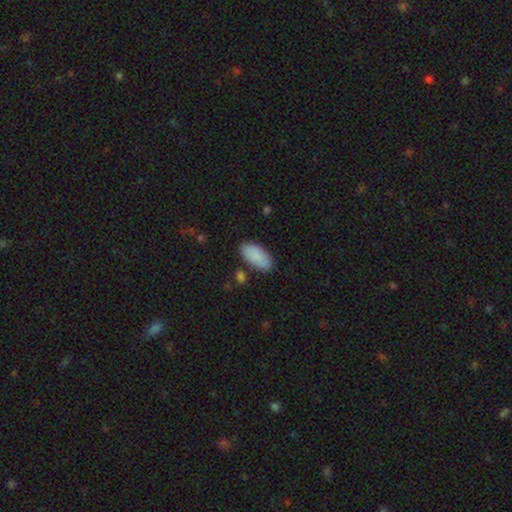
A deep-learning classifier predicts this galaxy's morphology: This is clearly a smooth galaxy (88%). How rounded: clearly in between (92%). Merging: clearly none (81%).